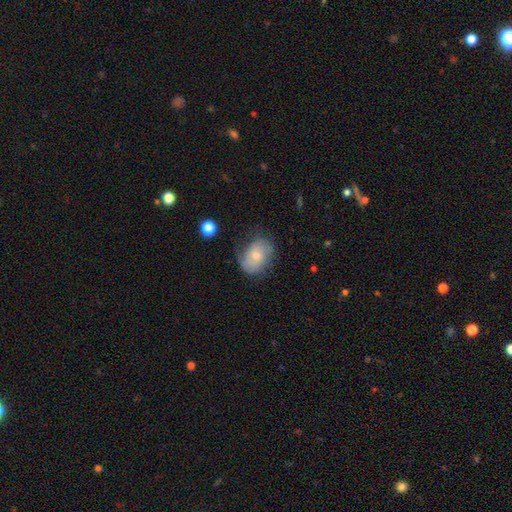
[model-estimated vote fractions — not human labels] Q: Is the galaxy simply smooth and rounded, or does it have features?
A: smooth — 52%.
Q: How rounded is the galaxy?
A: in between — 67%.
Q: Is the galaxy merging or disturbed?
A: none — 58%.